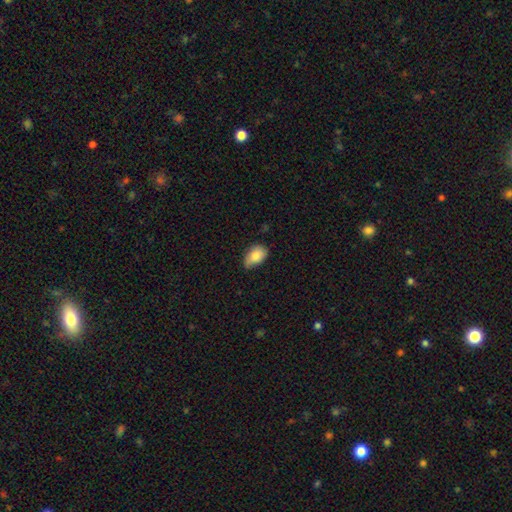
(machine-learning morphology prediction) A smooth galaxy with no disk features (84%) that is in between round and cigar-shaped (88%).

Vote fractions:
- Smooth or featured? smooth: 84% / featured or disk: 9% / star or artifact: 7%
- How rounded? in between: 88% / round: 11% / cigar-shaped: 1%
- Merging? none: 55% / minor disturbance: 37% / major disturbance: 6% / merger: 2%